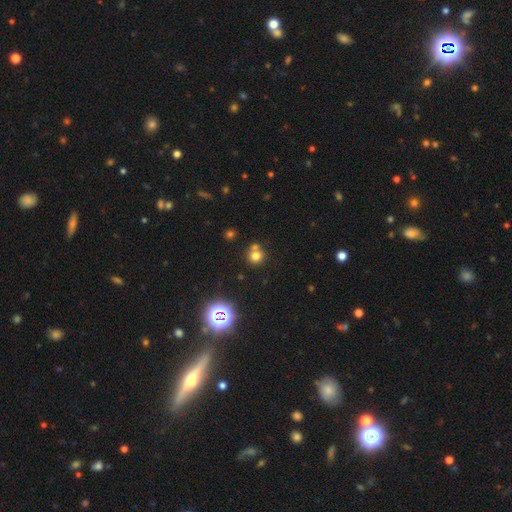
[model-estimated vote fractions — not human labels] smooth 71%, star or artifact 19%, featured or disk 10%. Down the decision tree: how rounded — round (88%); merging — none (56%).